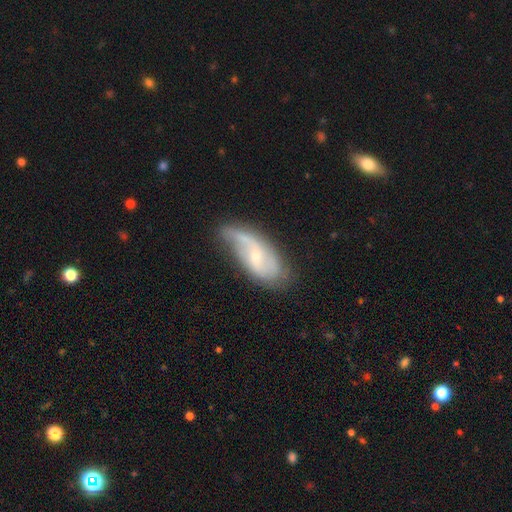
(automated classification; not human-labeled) A featured or disk galaxy (70%) with a weak bar (46%), 2 (65%) loose (60%) spiral arms (87%) and a small central bulge (62%).

Vote fractions:
- Smooth or featured? featured or disk: 70% / smooth: 23% / star or artifact: 7%
- Edge-on disk? no: 93% / yes: 7%
- Bar? weak: 46% / no: 41% / strong: 13%
- Spiral arms? yes: 87% / no: 13%
- Spiral winding? loose: 60% / medium: 29% / tight: 11%
- Spiral arm count? 2: 65% / 1: 17% / can't tell: 13% / 3: 2% / 4: 1% / more than 4: 1%
- Bulge size? small: 62% / moderate: 30% / none: 5% / large: 2% / dominant: 1%
- Merging? none: 49% / minor disturbance: 31% / major disturbance: 16% / merger: 4%